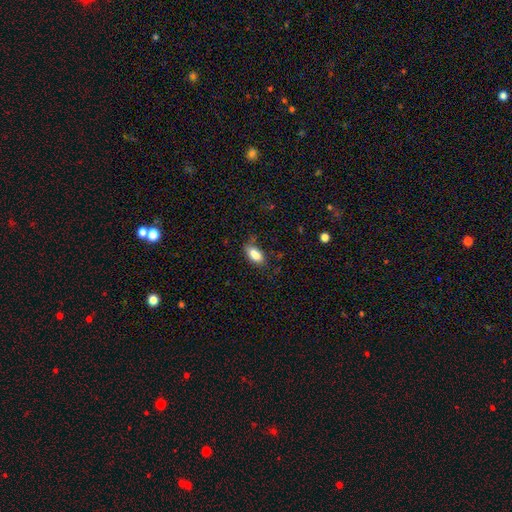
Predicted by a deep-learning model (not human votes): A smooth galaxy with no disk features (83%) that is in between round and cigar-shaped (89%). Merging: none (60%).